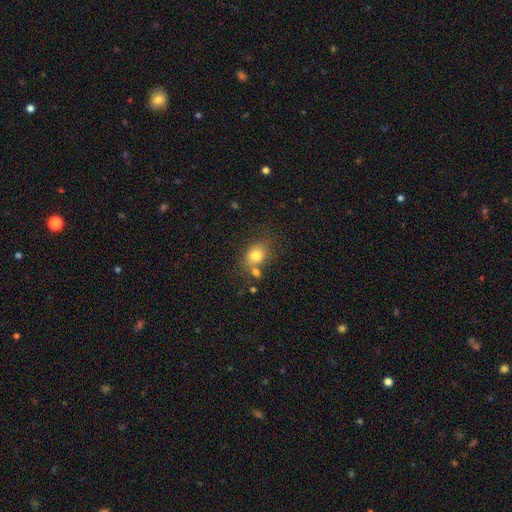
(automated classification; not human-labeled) Smooth or featured? smooth (78%)
How rounded? round (50%)
Merging? none (53%)